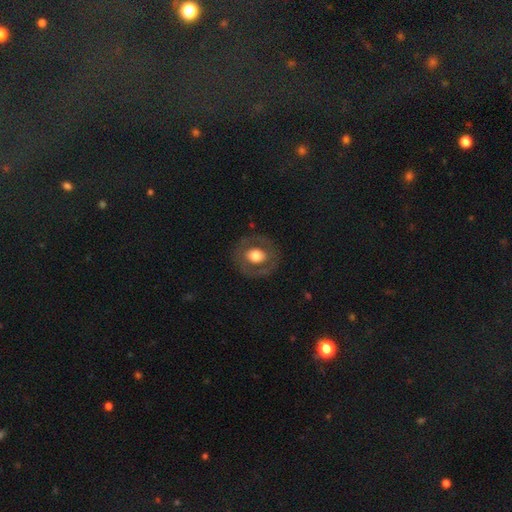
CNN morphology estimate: Overall: smooth (50%; featured or disk 43%). How rounded: round (76%). Merging: none (81%).